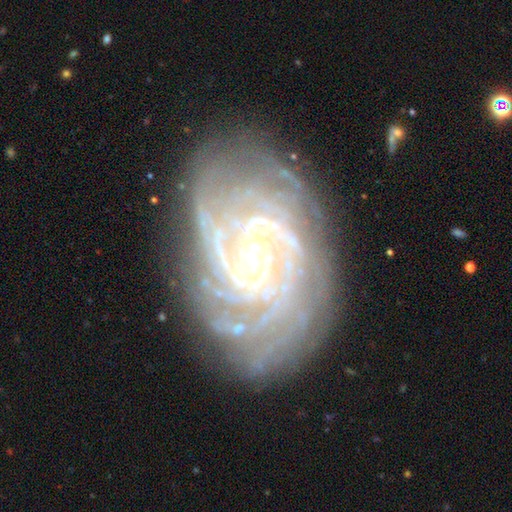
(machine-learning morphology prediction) Smooth or featured? featured or disk (90%)
Edge-on disk? no (96%)
Bar? no (47%)
Spiral arms? yes (98%)
Spiral winding? tight (79%)
Spiral arm count? can't tell (27%)
Bulge size? small (63%)
Merging? none (79%)